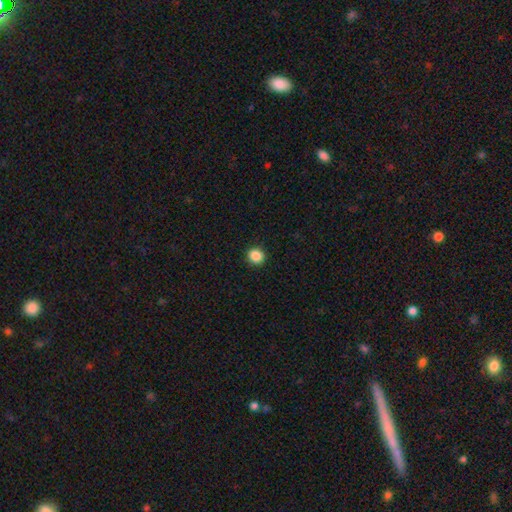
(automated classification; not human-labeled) Smooth or featured? Predicted: smooth (p=0.87). How rounded? Predicted: round (p=0.86). Merging? Predicted: none (p=0.92).